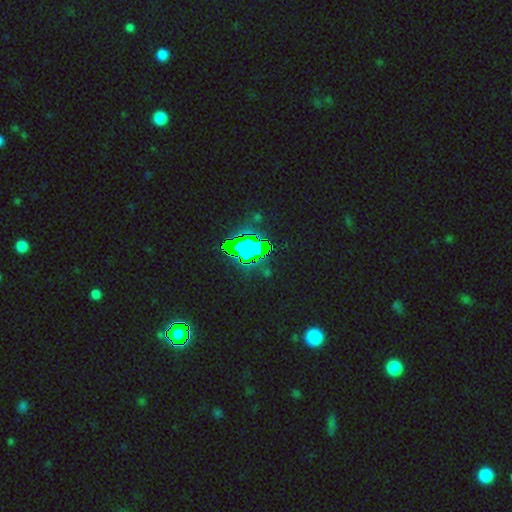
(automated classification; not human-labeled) This is clearly a star or artifact rather than a galaxy (81%).